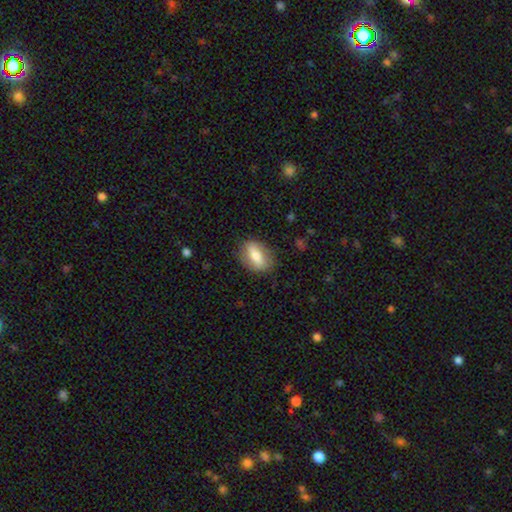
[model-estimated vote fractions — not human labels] smooth-or-featured: smooth: 62% | featured or disk: 31% | star or artifact: 7%
  how-rounded: in between: 79% | round: 13% | cigar-shaped: 8%
  merging: none: 81% | minor disturbance: 13% | major disturbance: 4% | merger: 1%